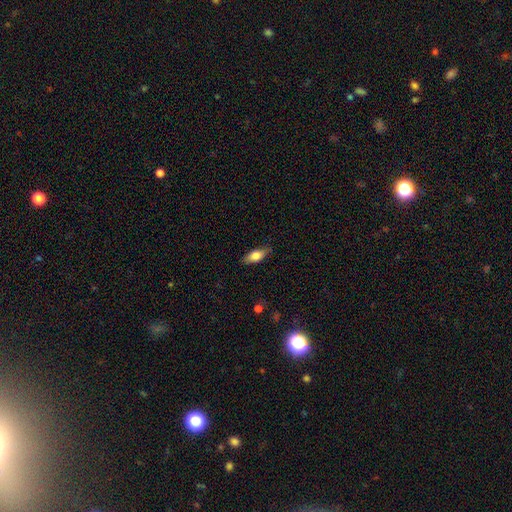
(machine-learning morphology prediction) Overall: smooth (73%). How rounded: in between (77%). Merging: none (83%).